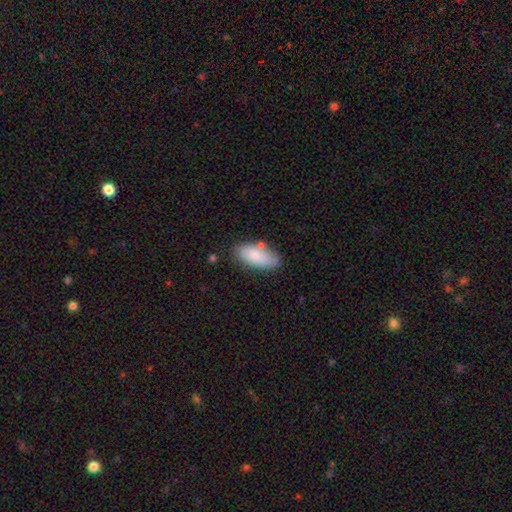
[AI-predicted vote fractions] The model was most divided on "merging": none: 69%, minor disturbance: 19%, merger: 8%, major disturbance: 4%. More confident: how rounded — in between (89%); smooth or featured — smooth (78%).